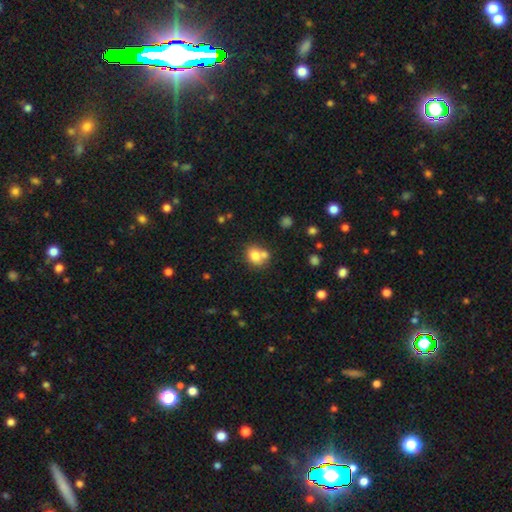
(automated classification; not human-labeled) Morphology: type=smooth (78%); roundness=round (56%); merging=none (48%).